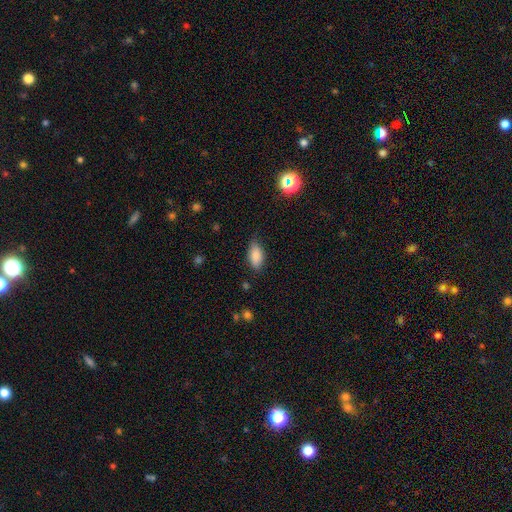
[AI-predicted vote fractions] Smooth or featured: smooth — 86% (star or artifact — 8%)
How rounded: in between — 89% (cigar-shaped — 8%)
Merging: none — 71% (minor disturbance — 23%)